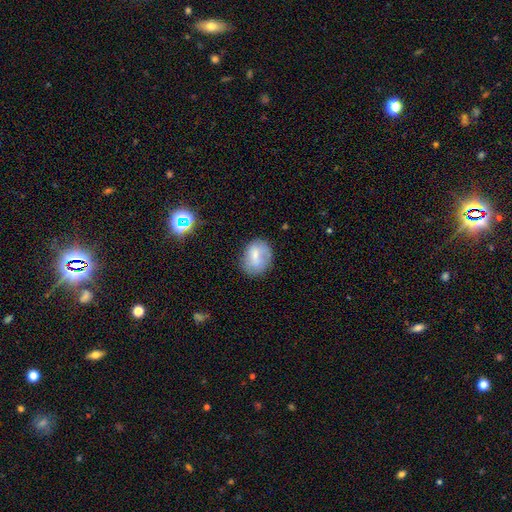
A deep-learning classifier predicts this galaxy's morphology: A smooth galaxy with no disk features (67%) that is round (50%). Merging: none (68%).